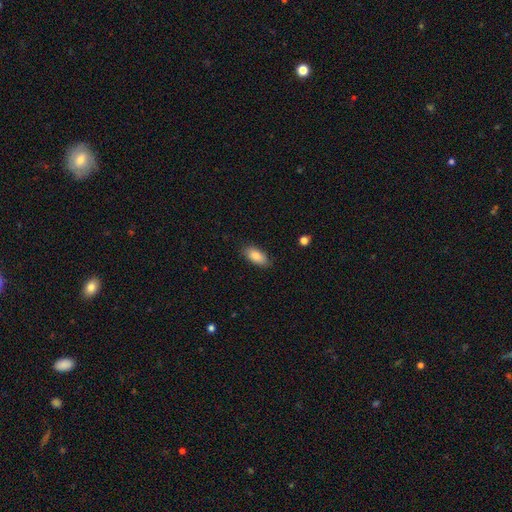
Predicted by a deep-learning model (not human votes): Smooth or featured: smooth — 85% (featured or disk — 8%)
How rounded: in between — 88% (cigar-shaped — 9%)
Merging: none — 84% (minor disturbance — 12%)